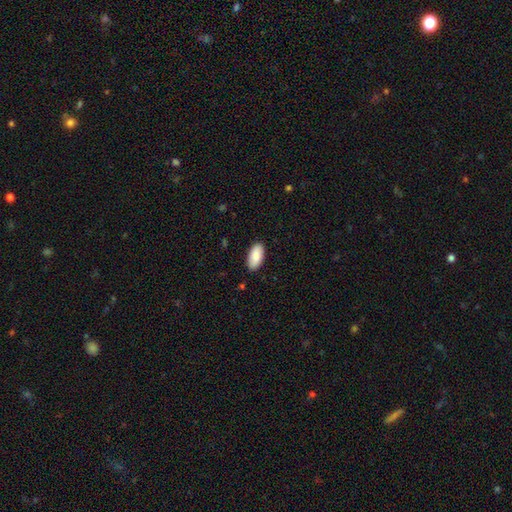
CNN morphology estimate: type=smooth (87%); roundness=in between (94%); merging=none (88%).